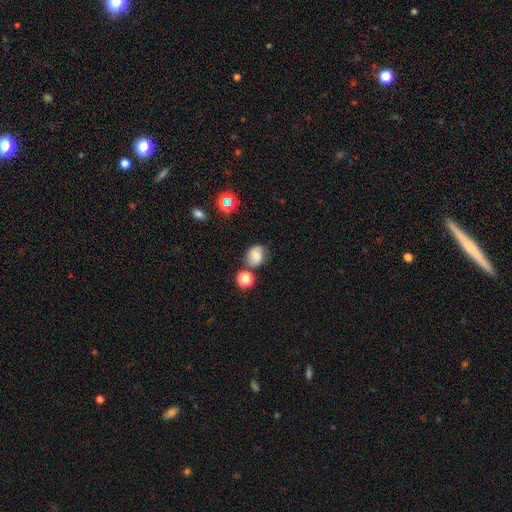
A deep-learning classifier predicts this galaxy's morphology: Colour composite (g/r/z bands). It shows a smooth galaxy with no disk features (54%) that is round (51%). Merging: none (66%).